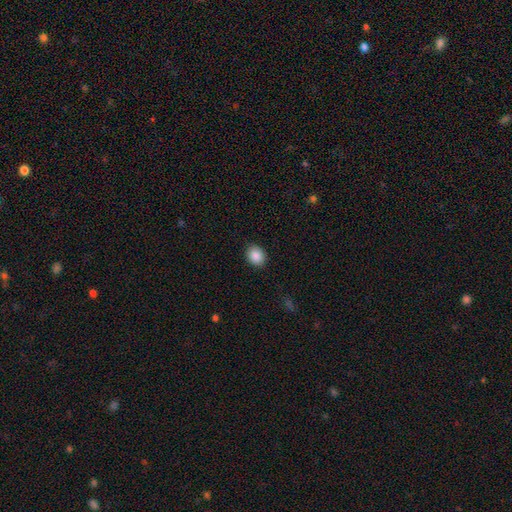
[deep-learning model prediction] This appears to be a smooth galaxy with no disk features (88%) that is round (51%). Merging: none (89%).